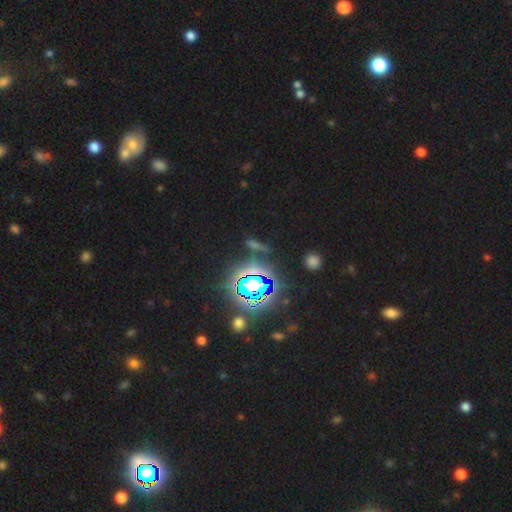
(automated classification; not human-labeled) Morphology: type=star or artifact (81%).